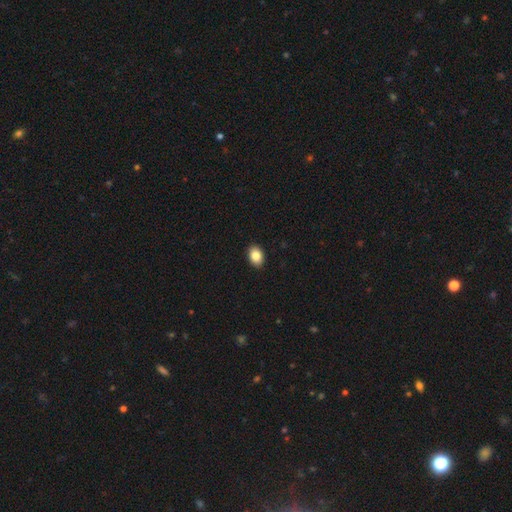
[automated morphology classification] type=smooth (86%); roundness=in between (79%); merging=none (91%).